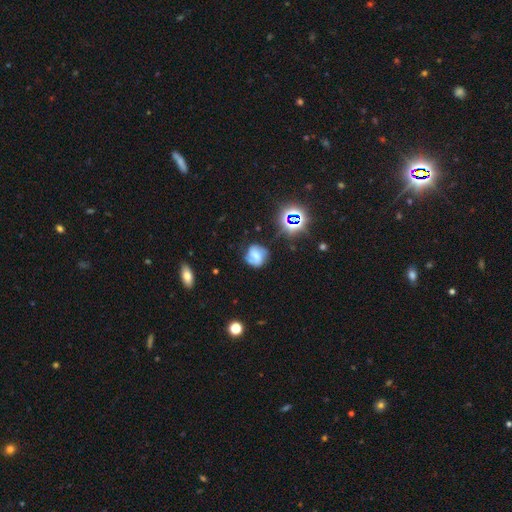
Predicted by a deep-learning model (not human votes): Smooth or featured: featured or disk — 54% (smooth — 32%)
Edge-on disk: no — 97% (yes — 3%)
Bar: weak — 42% (no — 33%)
Spiral arms: yes — 83% (no — 17%)
Bulge size: moderate — 36% (small — 33%)
Merging: none — 63% (minor disturbance — 23%)